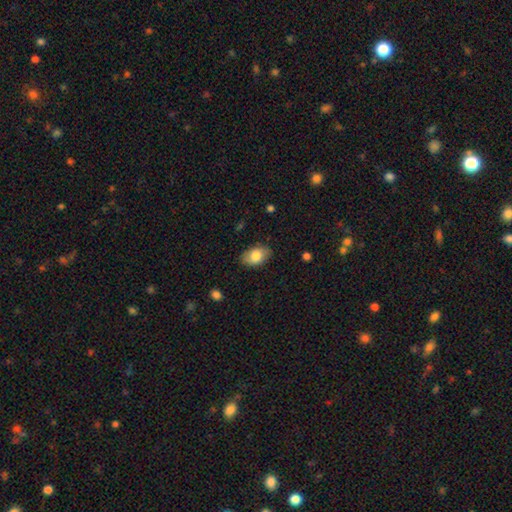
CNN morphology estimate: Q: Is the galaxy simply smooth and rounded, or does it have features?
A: smooth — 80%.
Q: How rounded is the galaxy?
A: in between — 89%.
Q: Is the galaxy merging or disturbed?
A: none — 84%.